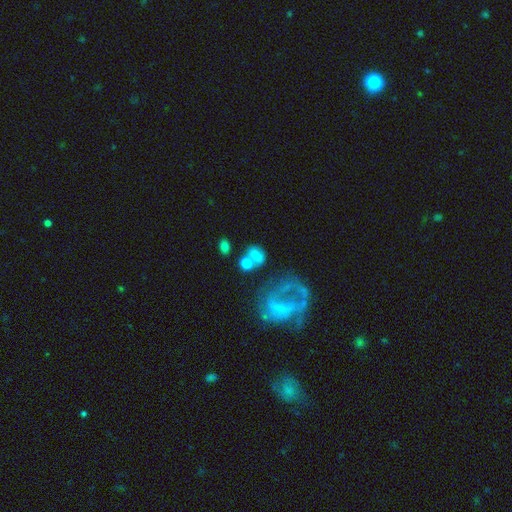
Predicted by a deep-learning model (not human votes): This is likely a smooth galaxy (61%). How rounded: possibly in between (49%). Merging: marginally none (42%).